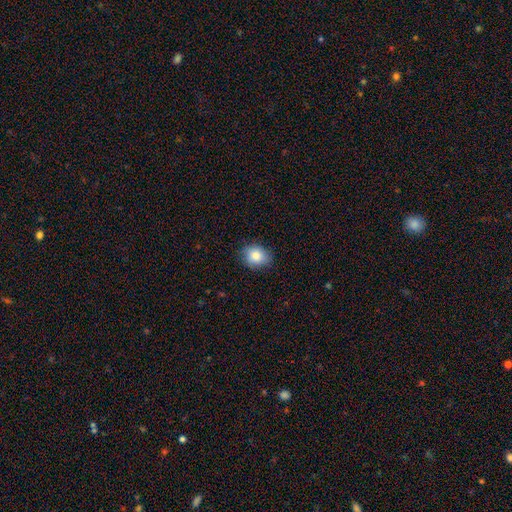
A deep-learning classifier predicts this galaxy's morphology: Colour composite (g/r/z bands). It shows a smooth galaxy with no disk features (83%) that is round (57%). Merging: none (83%).